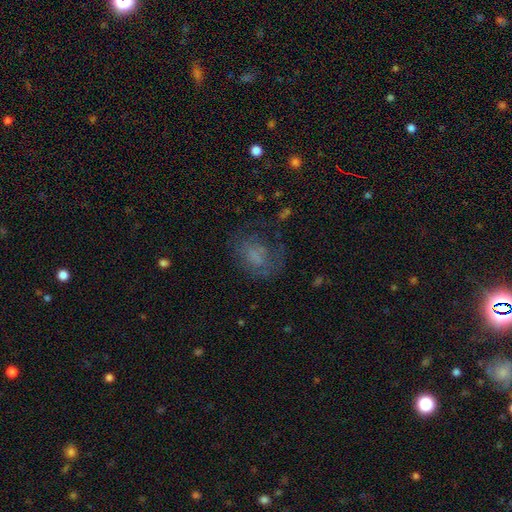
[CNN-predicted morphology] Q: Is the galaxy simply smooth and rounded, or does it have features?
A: smooth — 50%.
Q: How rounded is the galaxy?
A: in between — 58%.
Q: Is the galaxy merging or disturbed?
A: none — 49%.